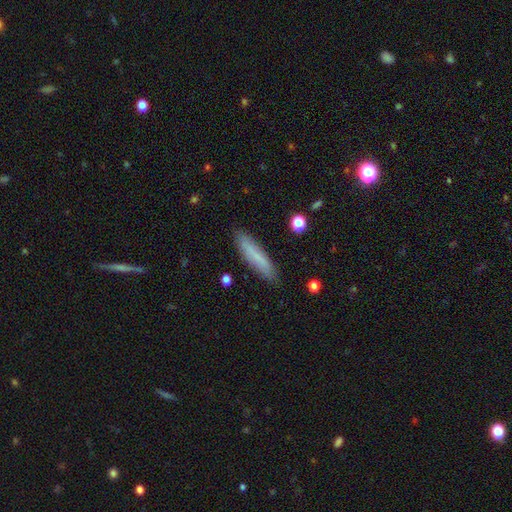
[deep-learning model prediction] smooth 73%, featured or disk 20%, star or artifact 7%. Down the decision tree: how rounded — cigar-shaped (85%); merging — none (86%).